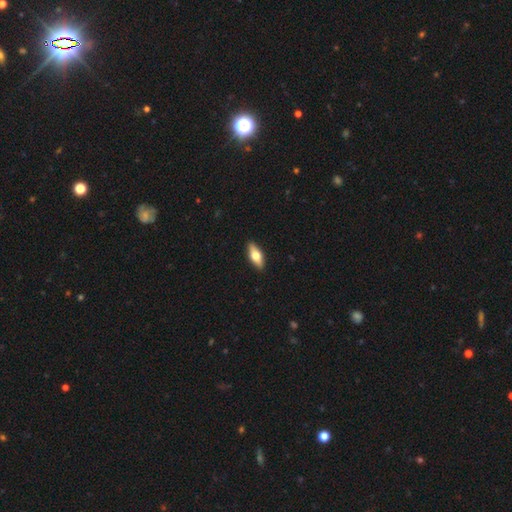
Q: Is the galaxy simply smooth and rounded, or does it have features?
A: smooth — 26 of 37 (70%).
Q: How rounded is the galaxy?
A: cigar-shaped — 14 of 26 (54%).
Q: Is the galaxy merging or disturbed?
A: none — 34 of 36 (94%).